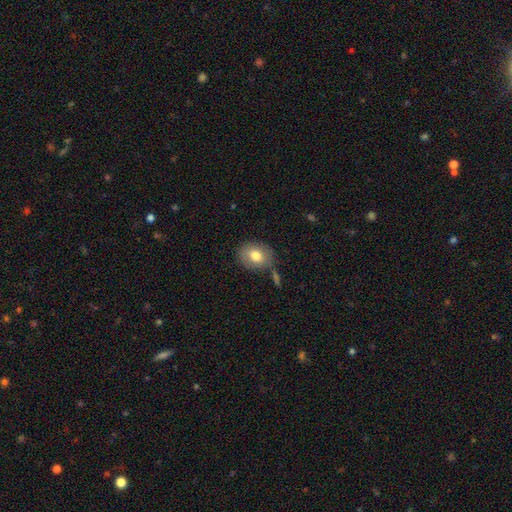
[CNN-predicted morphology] smooth_or_featured: smooth (p=0.77) [alt: featured or disk p=0.15]
how_rounded: round (p=0.52) [alt: in between p=0.47]
merging: none (p=0.72) [alt: minor disturbance p=0.15]